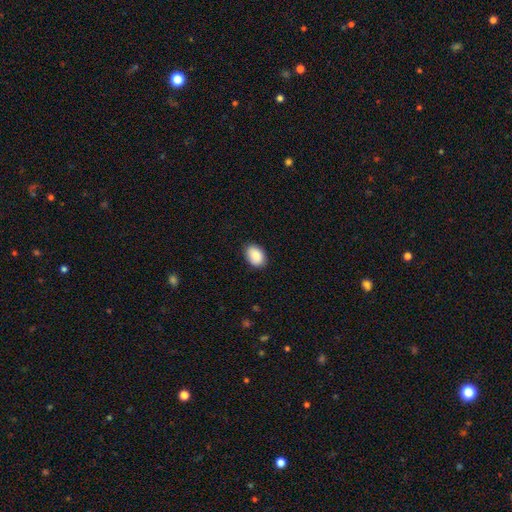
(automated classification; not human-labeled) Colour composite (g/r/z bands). It shows a smooth galaxy with no disk features (88%) that is in between round and cigar-shaped (82%). Merging: none (87%).